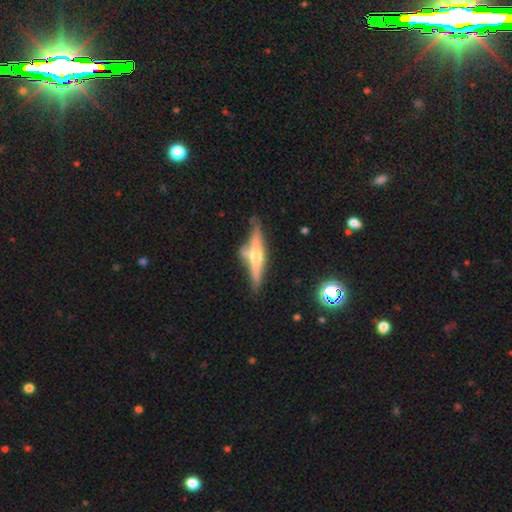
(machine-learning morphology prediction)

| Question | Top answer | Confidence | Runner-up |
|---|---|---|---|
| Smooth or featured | featured or disk | 69% | smooth (24%) |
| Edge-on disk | yes | 94% | no (6%) |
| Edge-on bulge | rounded | 90% | none (6%) |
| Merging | none | 68% | minor disturbance (17%) |